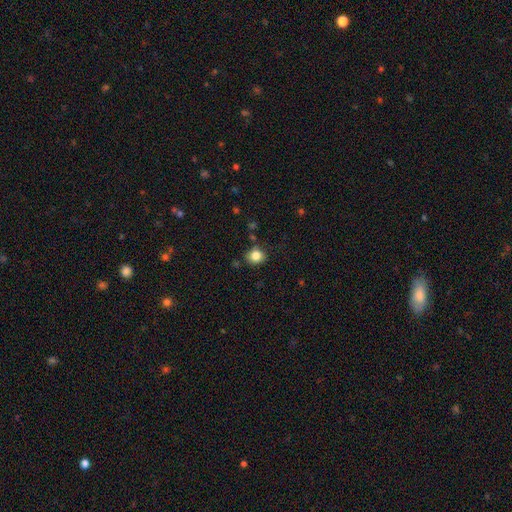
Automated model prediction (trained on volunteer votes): The model was most divided on "how rounded": round: 77%, in between: 22%, cigar-shaped: 1%. More confident: smooth or featured — smooth (83%); merging — none (80%).